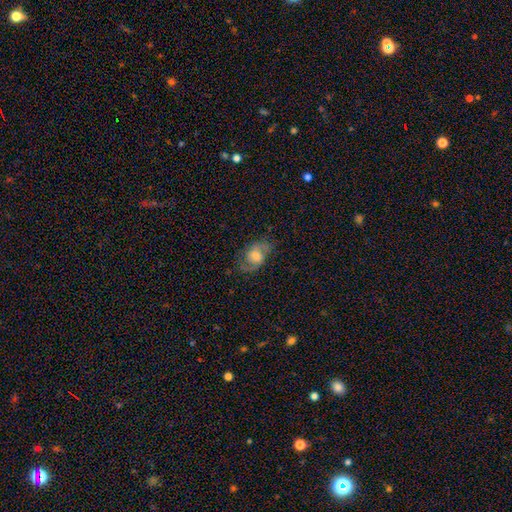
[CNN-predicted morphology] A featured or disk galaxy (66%) with no bar (55%), 2 (86%) medium (49%) spiral arms (88%) and a moderate central bulge (52%). Merging: none (69%).